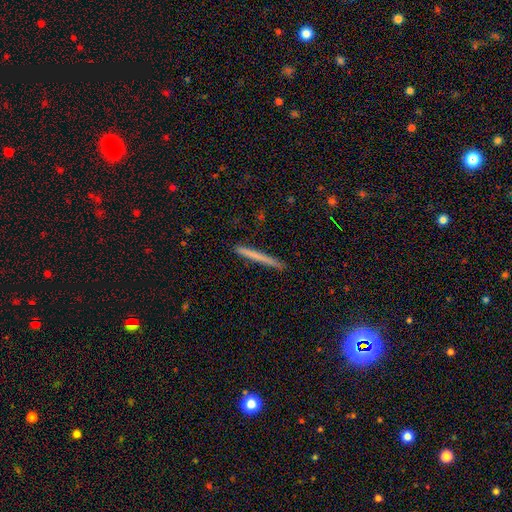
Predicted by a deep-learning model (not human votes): The model was most divided on "smooth or featured": smooth: 63%, featured or disk: 31%, star or artifact: 6%. More confident: how rounded — cigar-shaped (97%); merging — none (91%).